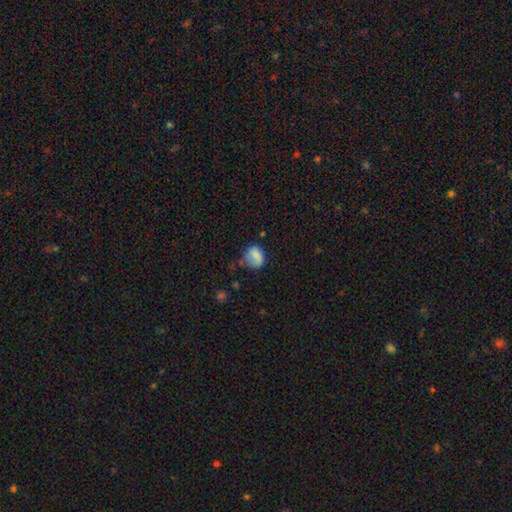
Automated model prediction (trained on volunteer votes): This appears to be a smooth galaxy with no disk features (76%) that is round (61%). Merging: none (49%).